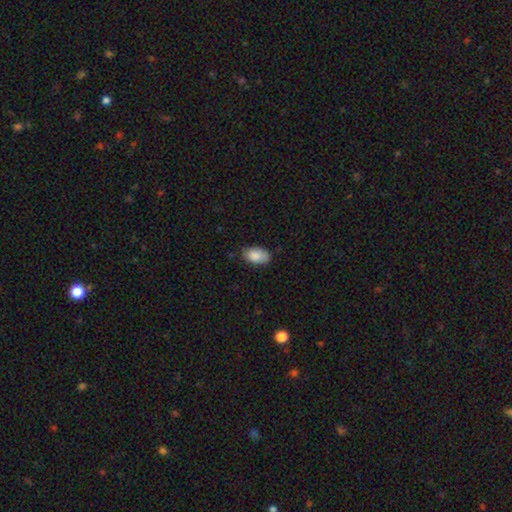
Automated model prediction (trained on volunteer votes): The model was most divided on "merging": none: 77%, minor disturbance: 19%, major disturbance: 3%, merger: 1%. More confident: how rounded — in between (94%); smooth or featured — smooth (87%).